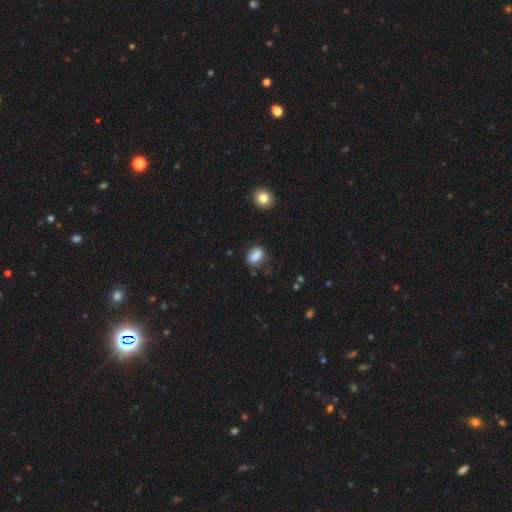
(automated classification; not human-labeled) smooth_or_featured: smooth (p=0.82) [alt: star or artifact p=0.10]
how_rounded: in between (p=0.75) [alt: round p=0.21]
merging: none (p=0.66) [alt: minor disturbance p=0.23]